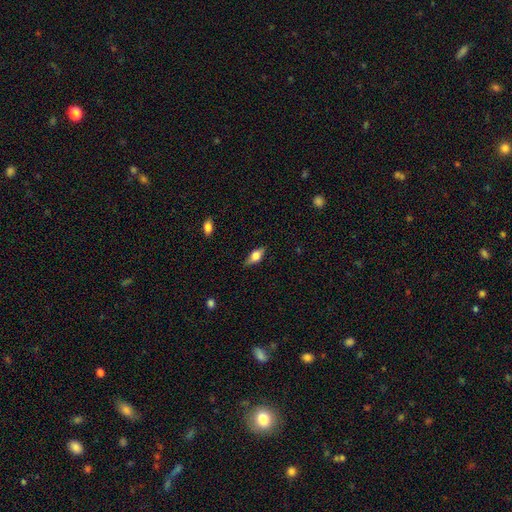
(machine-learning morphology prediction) smooth_or_featured: smooth (p=0.55) [alt: featured or disk p=0.37]
how_rounded: in between (p=0.76) [alt: cigar-shaped p=0.19]
merging: none (p=0.81) [alt: minor disturbance p=0.14]